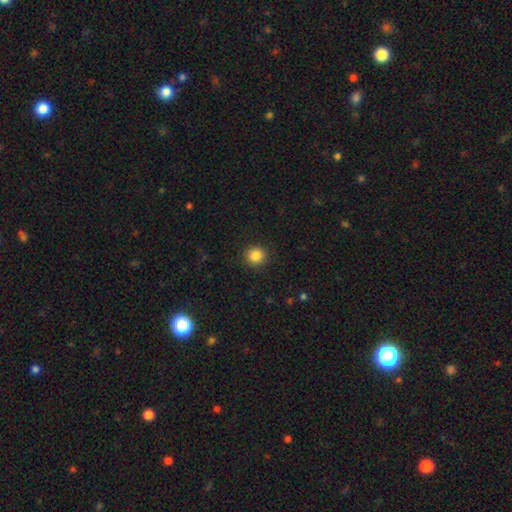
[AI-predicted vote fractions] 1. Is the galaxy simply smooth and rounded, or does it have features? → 85% smooth, 10% star or artifact, 4% featured or disk.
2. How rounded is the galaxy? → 91% round, 8% in between, 1% cigar-shaped.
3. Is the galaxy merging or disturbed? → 91% none, 6% minor disturbance, 2% major disturbance, 1% merger.